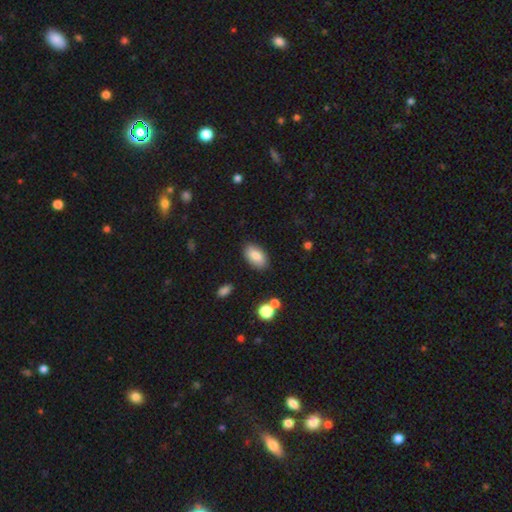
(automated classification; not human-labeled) This is clearly a smooth galaxy (81%). How rounded: clearly in between (93%). Merging: clearly none (85%).